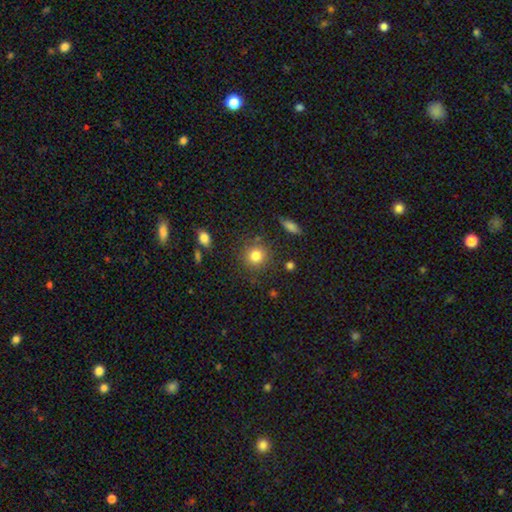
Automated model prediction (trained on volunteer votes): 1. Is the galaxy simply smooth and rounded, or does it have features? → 81% smooth, 11% star or artifact, 7% featured or disk.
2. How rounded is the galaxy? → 89% round, 10% in between, 1% cigar-shaped.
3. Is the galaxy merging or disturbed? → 83% none, 10% minor disturbance, 4% major disturbance, 3% merger.